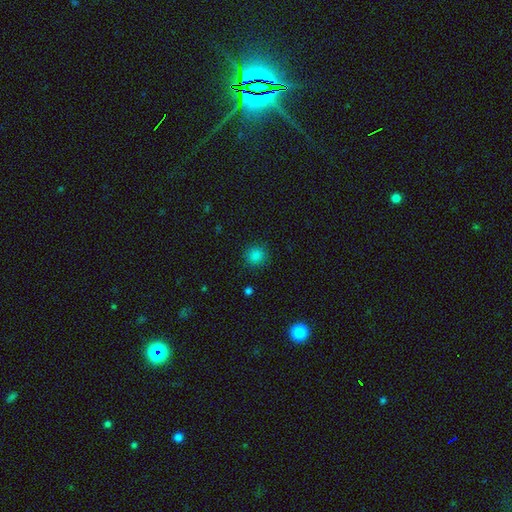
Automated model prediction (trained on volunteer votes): Q: Smooth or featured?
A: smooth (84%); runner-up: star or artifact (13%)
Q: How rounded?
A: round (90%); runner-up: in between (9%)
Q: Merging?
A: none (89%); runner-up: minor disturbance (7%)